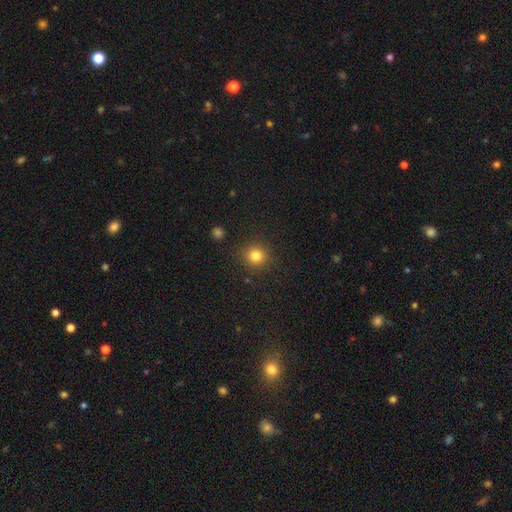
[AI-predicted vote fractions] This appears to be a smooth galaxy with no disk features (82%) that is round (89%). Merging: none (89%).